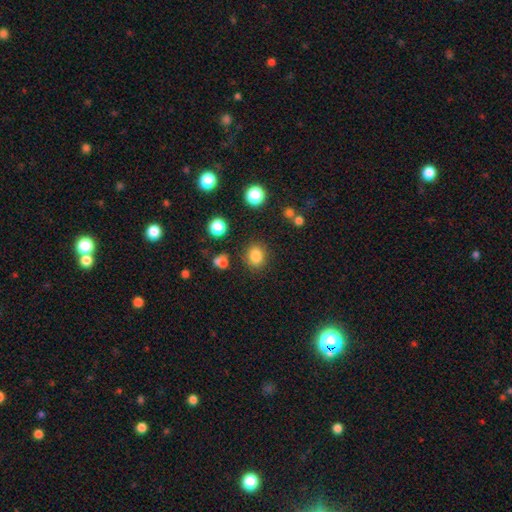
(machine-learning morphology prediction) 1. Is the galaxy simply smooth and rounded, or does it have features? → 83% smooth, 12% star or artifact, 5% featured or disk.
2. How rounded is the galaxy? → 70% round, 29% in between, 1% cigar-shaped.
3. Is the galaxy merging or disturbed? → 84% none, 9% minor disturbance, 4% merger, 3% major disturbance.